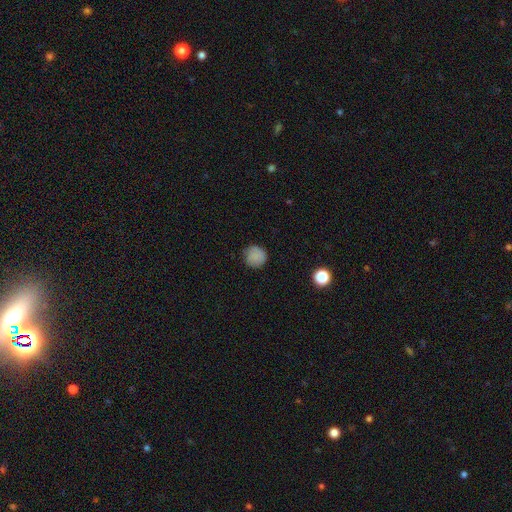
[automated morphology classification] smooth-or-featured: smooth: 83% | star or artifact: 10% | featured or disk: 6%
  how-rounded: round: 93% | in between: 6% | cigar-shaped: 1%
  merging: none: 82% | minor disturbance: 14% | major disturbance: 3% | merger: 1%